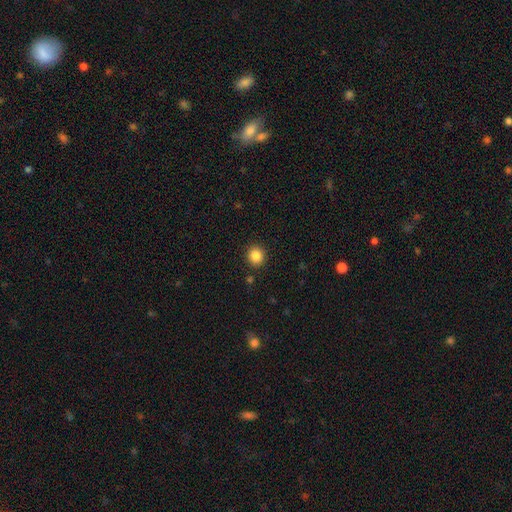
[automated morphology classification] smooth-or-featured: smooth: 86% | star or artifact: 10% | featured or disk: 4%
  how-rounded: round: 89% | in between: 10% | cigar-shaped: 1%
  merging: none: 90% | minor disturbance: 6% | major disturbance: 2% | merger: 2%